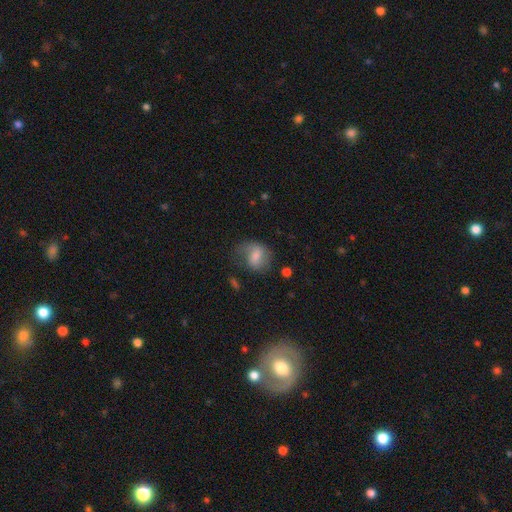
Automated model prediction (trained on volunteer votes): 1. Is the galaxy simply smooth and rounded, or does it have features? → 67% smooth, 24% featured or disk, 9% star or artifact.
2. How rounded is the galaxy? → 55% in between, 43% round, 2% cigar-shaped.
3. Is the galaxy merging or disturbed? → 44% none, 29% minor disturbance, 25% major disturbance, 3% merger.